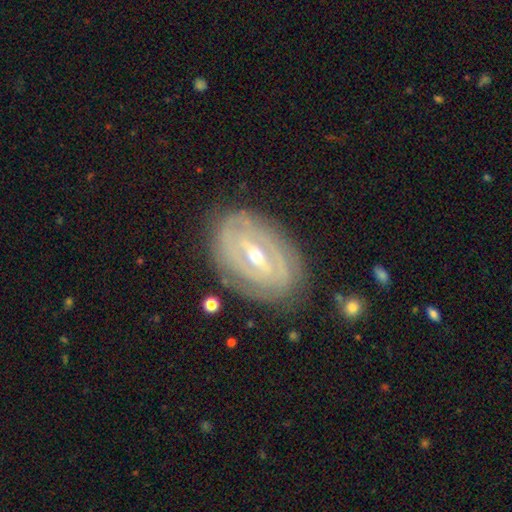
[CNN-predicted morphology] smooth_or_featured: featured or disk (p=0.86) [alt: smooth p=0.08]
disk_edge_on: no (p=0.94) [alt: yes p=0.06]
bar: strong (p=0.53) [alt: weak p=0.34]
has_spiral_arms: yes (p=0.89) [alt: no p=0.11]
spiral_winding: tight (p=0.79) [alt: medium p=0.17]
spiral_arm_count: 2 (p=0.38) [alt: can't tell p=0.32]
bulge_size: small (p=0.49) [alt: moderate p=0.48]
merging: none (p=0.81) [alt: minor disturbance p=0.14]